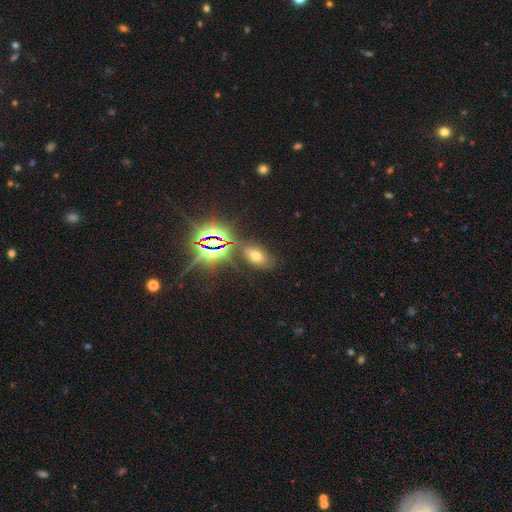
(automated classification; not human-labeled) Smooth or featured? smooth (48%)
Merging? none (80%)